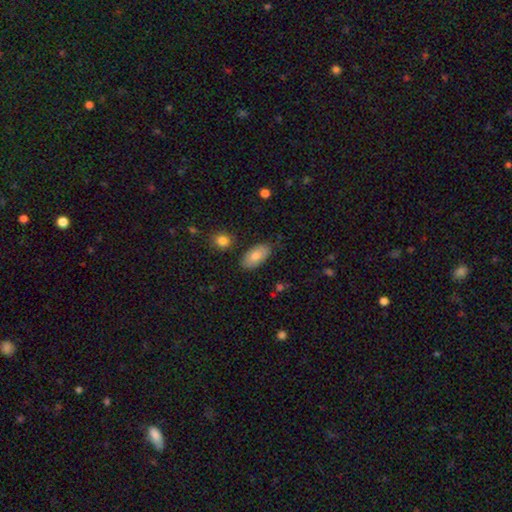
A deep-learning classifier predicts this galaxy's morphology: This is likely a smooth galaxy (77%). How rounded: clearly in between (93%). Merging: clearly none (82%).